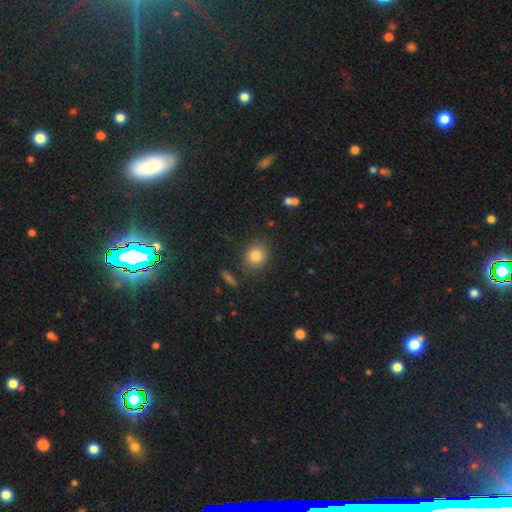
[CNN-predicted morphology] smooth_or_featured: smooth (p=0.81) [alt: star or artifact p=0.11]
how_rounded: round (p=0.70) [alt: in between p=0.28]
merging: none (p=0.84) [alt: minor disturbance p=0.10]